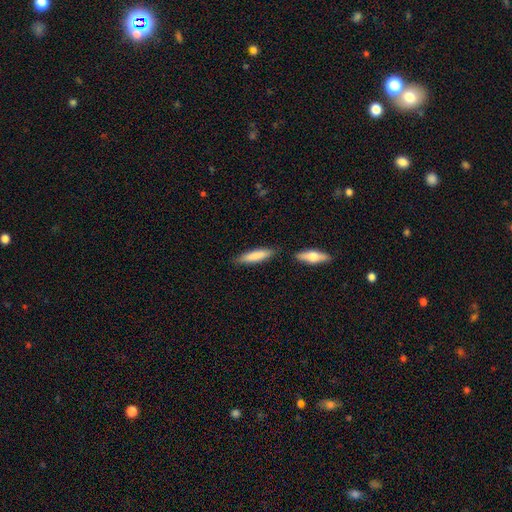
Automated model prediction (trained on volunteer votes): This is clearly a smooth galaxy (81%). How rounded: likely cigar-shaped (74%). Merging: likely none (78%).